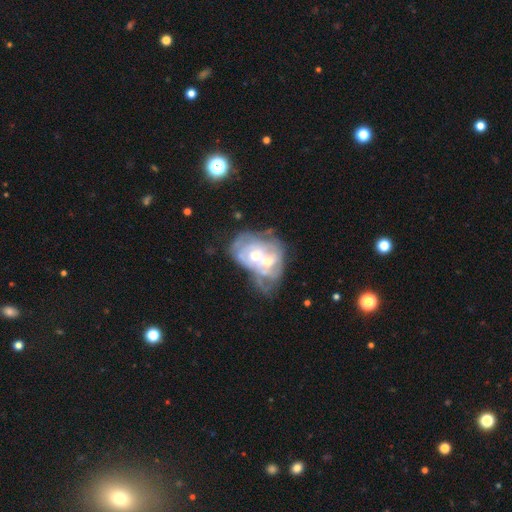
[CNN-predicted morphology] The model was most divided on "spiral arms": no: 60%, yes: 40%. More confident: edge-on disk — no (97%); bar — no (82%); merging — merger (71%); smooth or featured — featured or disk (68%); bulge size — moderate (66%).